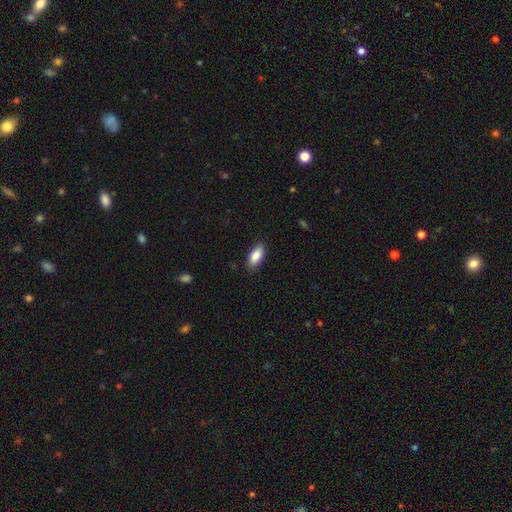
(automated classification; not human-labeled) Smooth or featured? smooth (87%)
How rounded? in between (88%)
Merging? none (86%)